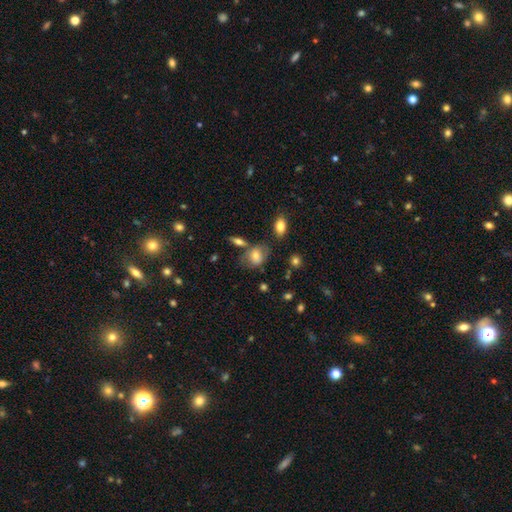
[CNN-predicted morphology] This appears to be a smooth galaxy with no disk features (68%) that is in between round and cigar-shaped (62%). Merging: none (56%).